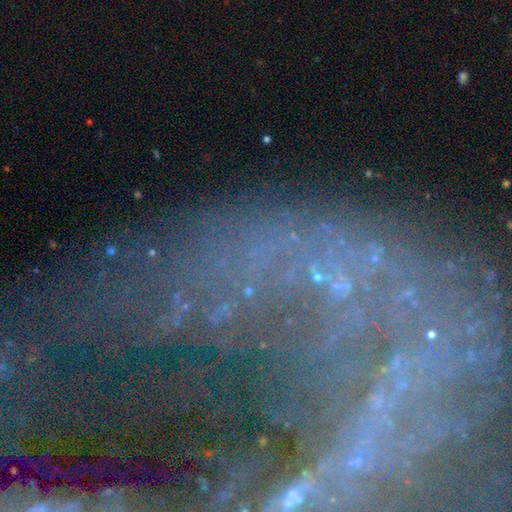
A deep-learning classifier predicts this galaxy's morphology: This is possibly a featured or disk galaxy (46%). Merging: possibly none (46%).